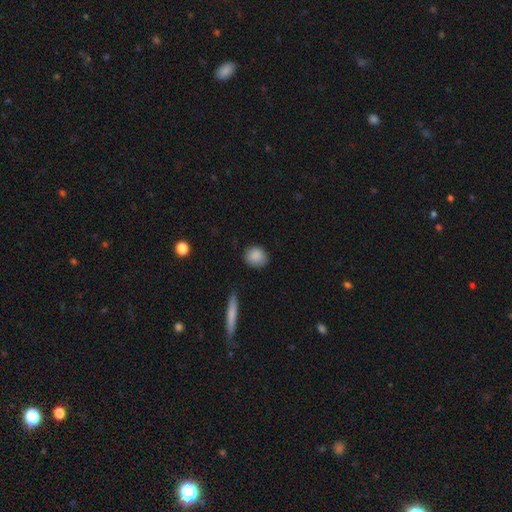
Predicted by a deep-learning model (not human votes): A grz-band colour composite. It shows a smooth galaxy with no disk features (88%) that is round (66%). Merging: none (82%).